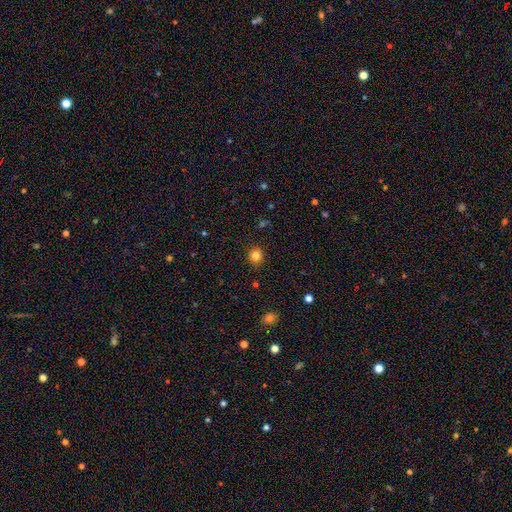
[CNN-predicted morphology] This is clearly a smooth galaxy (82%). How rounded: clearly round (84%). Merging: clearly none (90%).